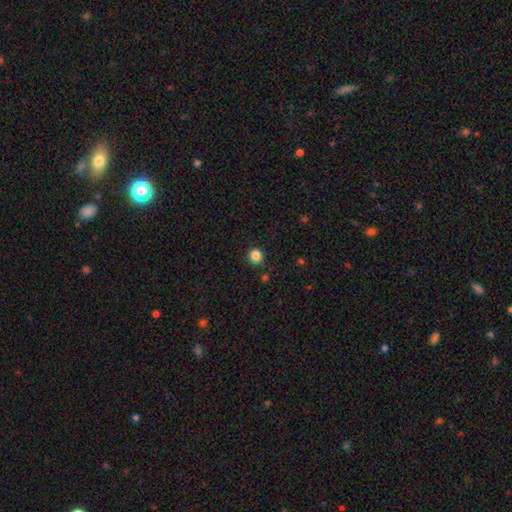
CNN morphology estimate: This appears to be a smooth galaxy with no disk features (85%) that is round (90%). Merging: none (89%).